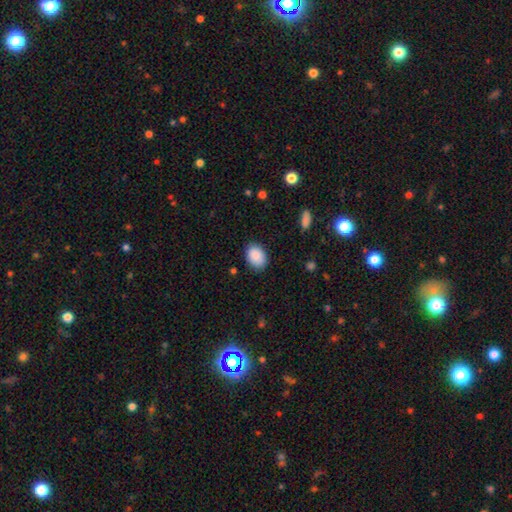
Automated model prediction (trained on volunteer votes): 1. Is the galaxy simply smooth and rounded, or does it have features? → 89% smooth, 7% star or artifact, 4% featured or disk.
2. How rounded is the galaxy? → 75% in between, 24% round, 1% cigar-shaped.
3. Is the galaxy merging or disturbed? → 86% none, 11% minor disturbance, 3% major disturbance, 1% merger.